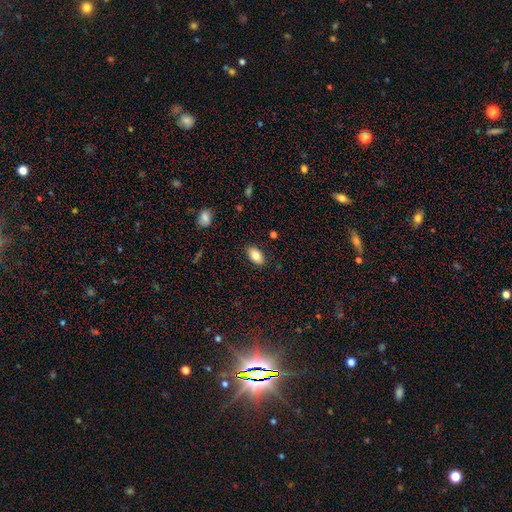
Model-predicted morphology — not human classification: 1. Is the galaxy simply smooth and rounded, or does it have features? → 83% smooth, 10% featured or disk, 7% star or artifact.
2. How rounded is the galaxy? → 93% in between, 5% round, 2% cigar-shaped.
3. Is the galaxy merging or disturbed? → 87% none, 10% minor disturbance, 2% major disturbance, 1% merger.